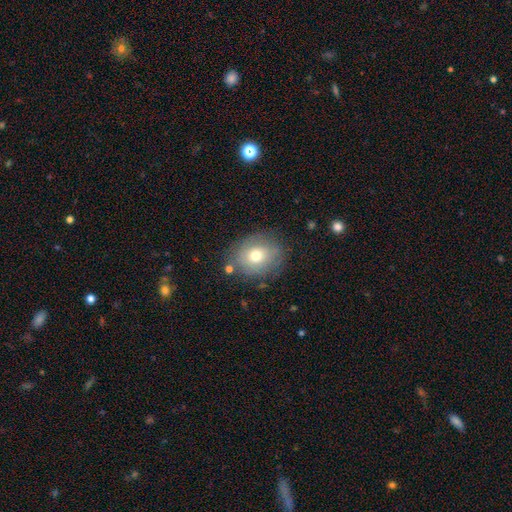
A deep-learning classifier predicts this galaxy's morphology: smooth_or_featured: smooth (p=0.68) [alt: featured or disk p=0.22]
how_rounded: round (p=0.63) [alt: in between p=0.36]
merging: none (p=0.76) [alt: minor disturbance p=0.16]